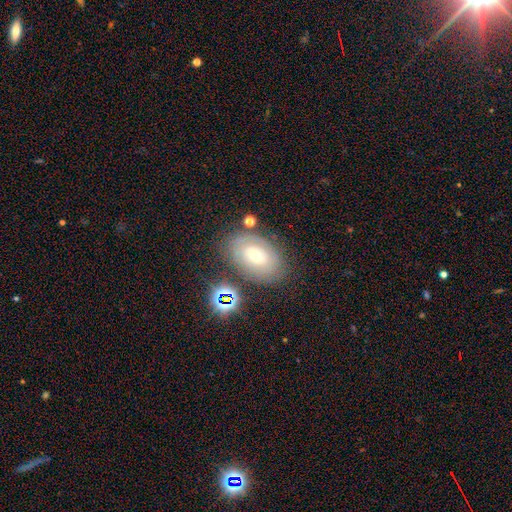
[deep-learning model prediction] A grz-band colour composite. It shows a featured or disk galaxy (54%). Merging: none (75%).